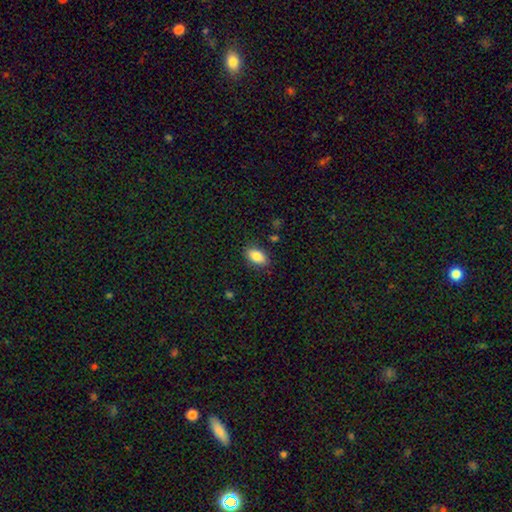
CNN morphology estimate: The model was most divided on "smooth or featured": smooth: 83%, featured or disk: 9%, star or artifact: 7%. More confident: how rounded — in between (91%); merging — none (86%).